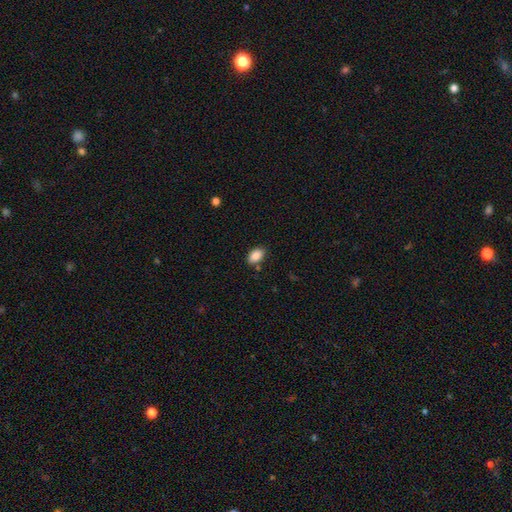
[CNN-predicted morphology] smooth 88%, star or artifact 8%, featured or disk 4%. Down the decision tree: how rounded — in between (89%); merging — none (83%).